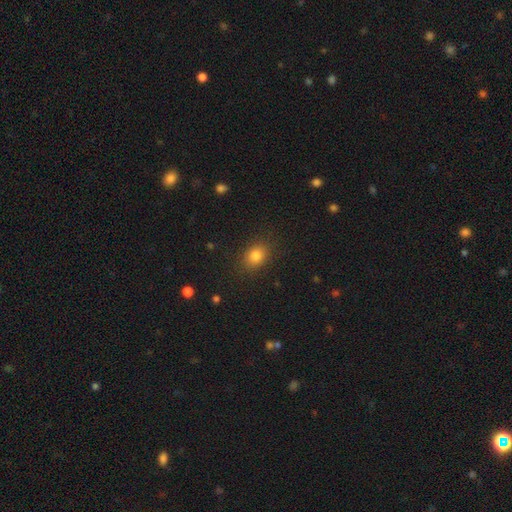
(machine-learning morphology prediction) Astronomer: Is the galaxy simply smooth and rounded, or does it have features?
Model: smooth — 81%.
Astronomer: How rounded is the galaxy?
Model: in between — 62% (runner-up: round, 37%).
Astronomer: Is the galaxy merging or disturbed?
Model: none — 86%.